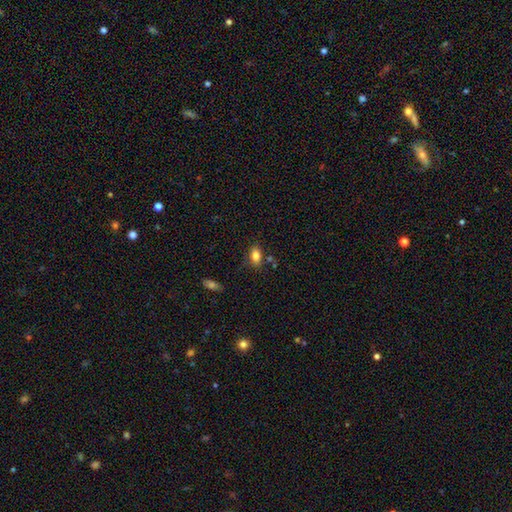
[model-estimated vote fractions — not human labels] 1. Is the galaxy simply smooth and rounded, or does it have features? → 81% smooth, 10% featured or disk, 9% star or artifact.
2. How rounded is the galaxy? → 85% in between, 12% round, 3% cigar-shaped.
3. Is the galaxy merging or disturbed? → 76% none, 15% minor disturbance, 6% merger, 4% major disturbance.